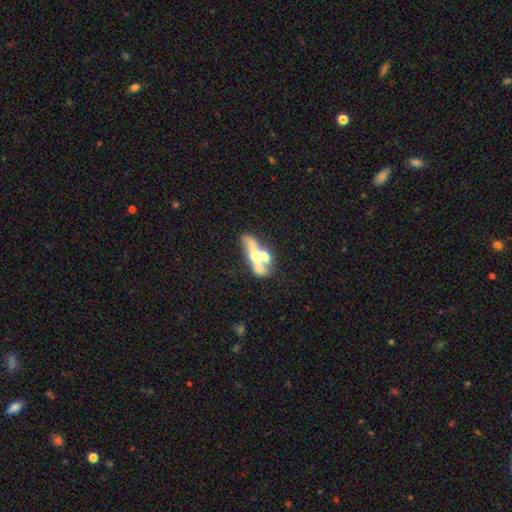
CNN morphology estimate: Smooth or featured? Predicted: featured or disk (p=0.54). Edge-on disk? Predicted: no (p=0.59). Merging? Predicted: merger (p=0.55).